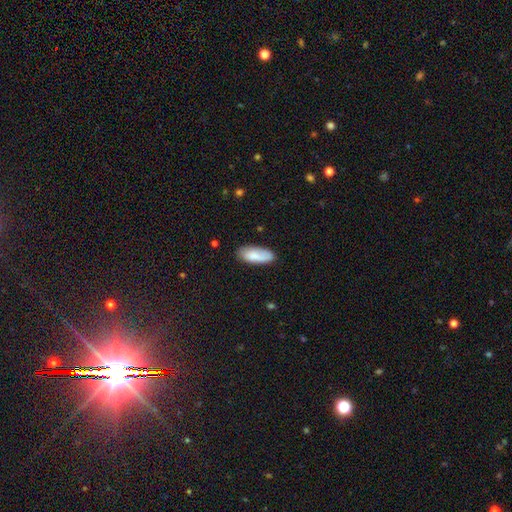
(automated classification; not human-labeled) Overall: smooth (81%). How rounded: in between (80%). Merging: none (76%).